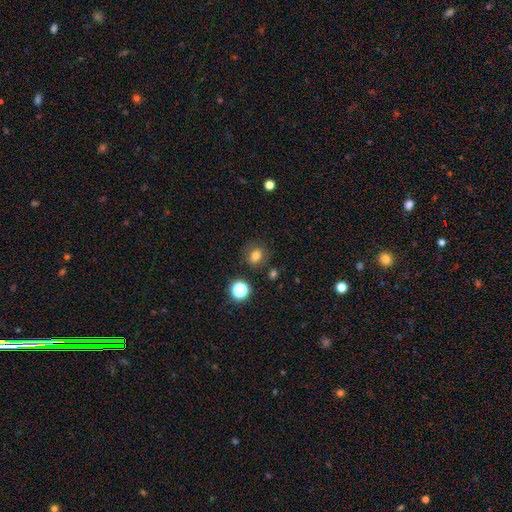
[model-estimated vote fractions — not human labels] Smooth or featured? smooth (76%)
How rounded? round (61%)
Merging? none (76%)